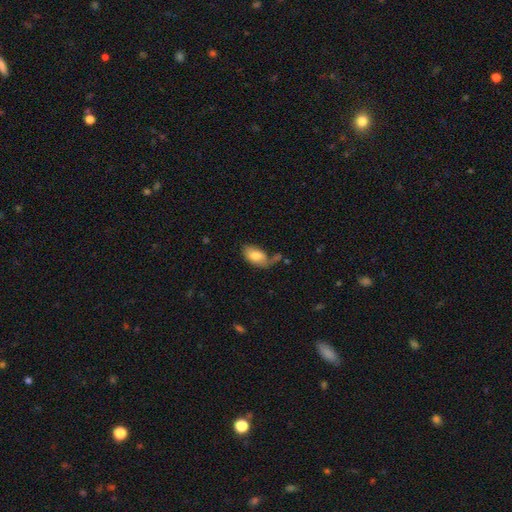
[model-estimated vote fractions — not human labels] smooth-or-featured: smooth: 77% | featured or disk: 17% | star or artifact: 7%
  how-rounded: in between: 93% | round: 5% | cigar-shaped: 2%
  merging: none: 40% | minor disturbance: 27% | major disturbance: 19% | merger: 14%